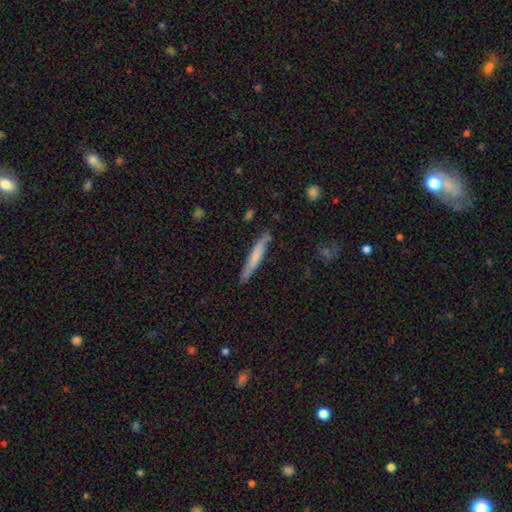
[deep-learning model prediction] Smooth or featured?
  - smooth: 63% *
  - featured or disk: 31%
  - star or artifact: 6%
How rounded?
  - cigar-shaped: 95% *
  - in between: 4%
  - round: 1%
Merging?
  - none: 83% *
  - minor disturbance: 13%
  - major disturbance: 2%
  - merger: 2%